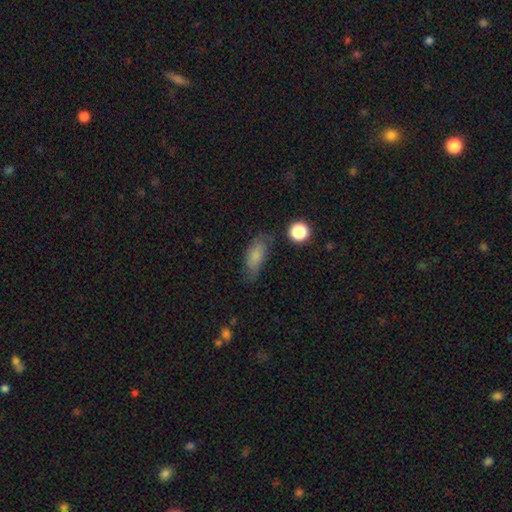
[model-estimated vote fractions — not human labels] Morphology: type=smooth (75%); roundness=in between (80%); merging=none (66%).